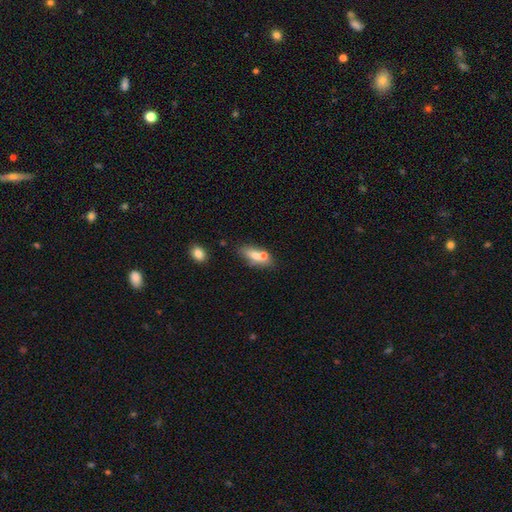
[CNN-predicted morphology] Smooth or featured? smooth (66%)
How rounded? in between (69%)
Merging? none (49%)